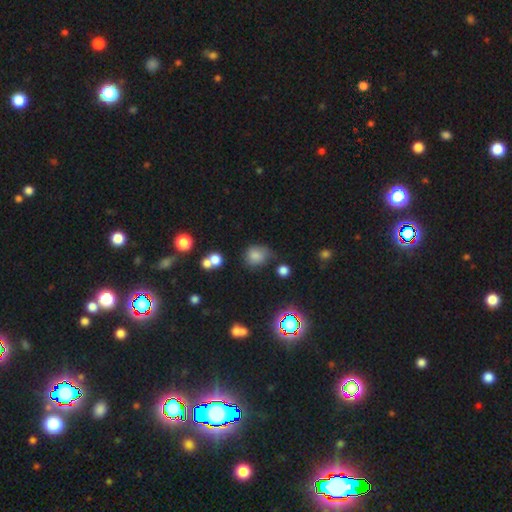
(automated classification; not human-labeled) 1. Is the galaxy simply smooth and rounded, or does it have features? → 75% smooth, 16% star or artifact, 9% featured or disk.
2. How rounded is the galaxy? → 65% round, 34% in between, 1% cigar-shaped.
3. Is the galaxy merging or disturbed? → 55% none, 28% minor disturbance, 10% major disturbance, 7% merger.